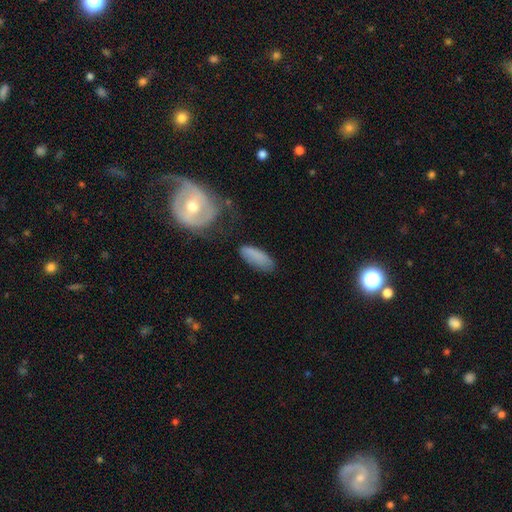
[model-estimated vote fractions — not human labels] smooth-or-featured: smooth: 76% | featured or disk: 16% | star or artifact: 8%
  how-rounded: in between: 70% | cigar-shaped: 27% | round: 3%
  merging: none: 57% | minor disturbance: 26% | major disturbance: 11% | merger: 6%